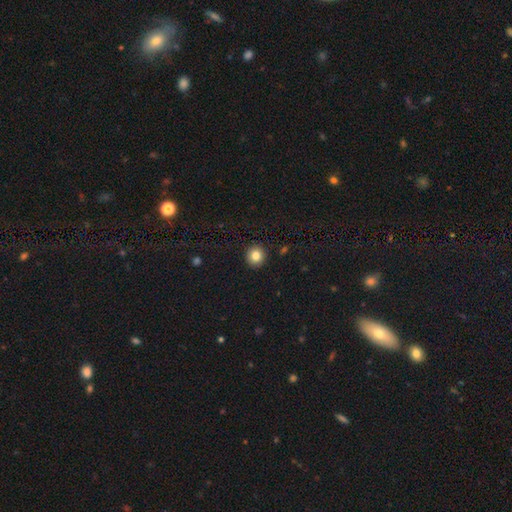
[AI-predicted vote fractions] This is clearly a smooth galaxy (83%). How rounded: clearly round (91%). Merging: clearly none (93%).